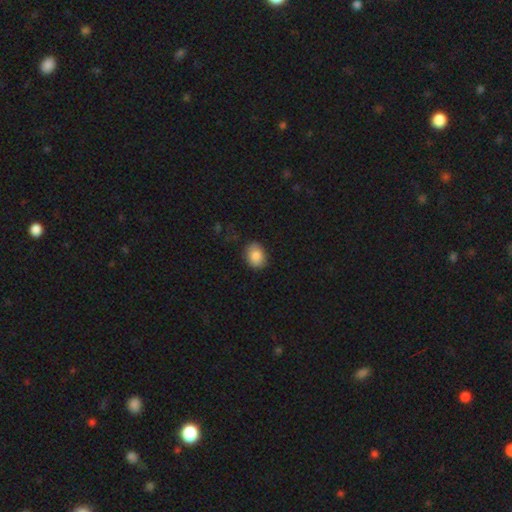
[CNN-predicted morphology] Smooth or featured? smooth (85%)
How rounded? in between (60%)
Merging? none (84%)